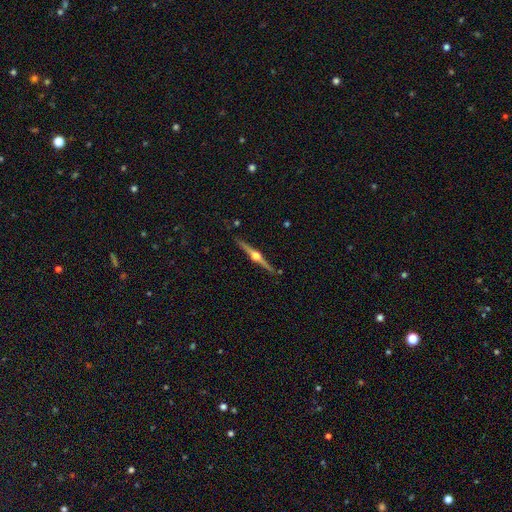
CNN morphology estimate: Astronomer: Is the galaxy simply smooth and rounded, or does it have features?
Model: featured or disk — 86%.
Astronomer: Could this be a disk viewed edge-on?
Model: yes — 99%.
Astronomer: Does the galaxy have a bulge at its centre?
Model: rounded — 96%.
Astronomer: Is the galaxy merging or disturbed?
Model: none — 90%.